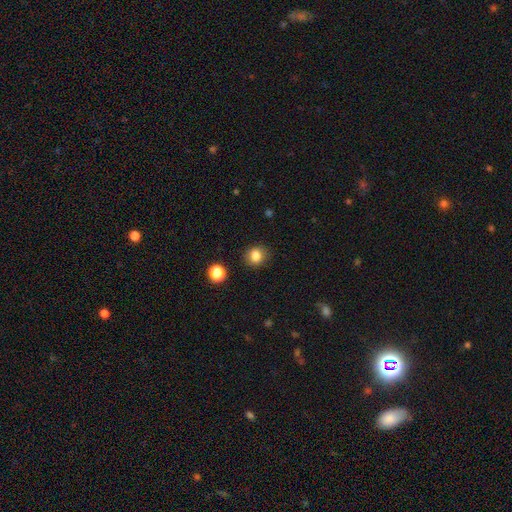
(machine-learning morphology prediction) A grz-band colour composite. It shows a smooth galaxy with no disk features (83%) that is round (76%). Merging: none (87%).